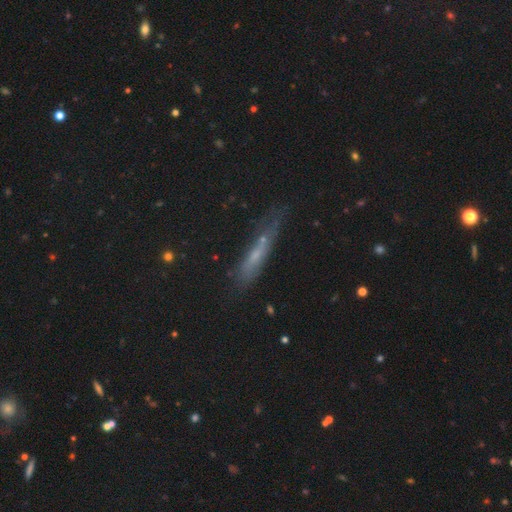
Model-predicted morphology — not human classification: Q: Smooth or featured?
A: smooth (48%); runner-up: featured or disk (35%)
Q: Merging?
A: none (56%); runner-up: minor disturbance (25%)